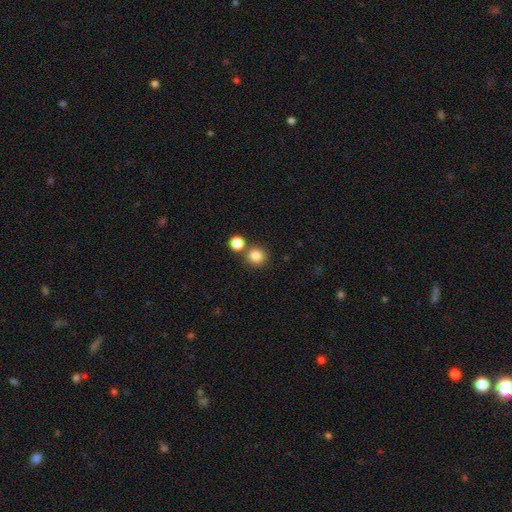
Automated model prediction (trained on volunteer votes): This appears to be a smooth galaxy with no disk features (83%) that is round (92%). Merging: none (73%).